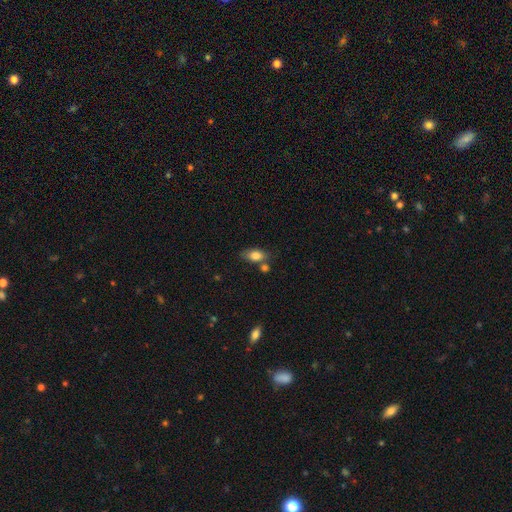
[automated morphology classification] This is clearly a smooth galaxy (81%). How rounded: clearly in between (86%). Merging: likely none (61%).